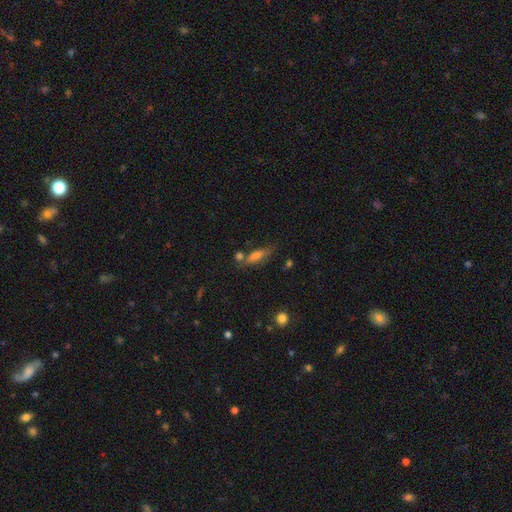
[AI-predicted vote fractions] Q: Smooth or featured?
A: smooth (66%); runner-up: featured or disk (19%)
Q: How rounded?
A: cigar-shaped (50%); runner-up: in between (46%)
Q: Merging?
A: none (60%); runner-up: minor disturbance (19%)